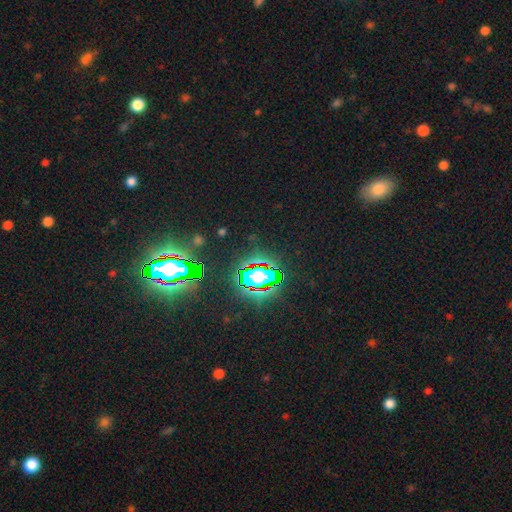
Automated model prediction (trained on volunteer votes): A star or artifact, not a galaxy (83%).